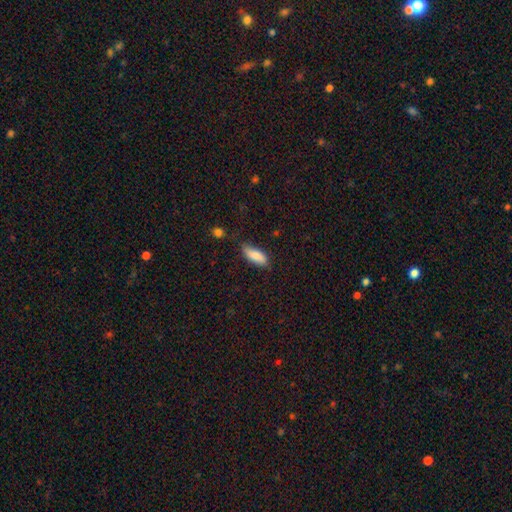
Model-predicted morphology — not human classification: type=smooth (84%); roundness=in between (77%); merging=none (73%).